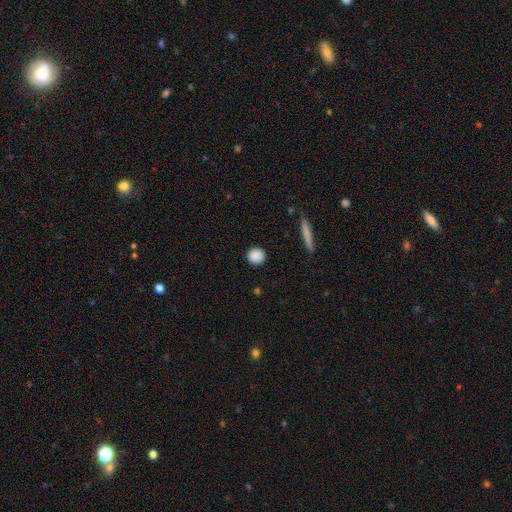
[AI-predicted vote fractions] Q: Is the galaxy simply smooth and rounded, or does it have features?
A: smooth — 88%.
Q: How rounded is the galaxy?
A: round — 93%.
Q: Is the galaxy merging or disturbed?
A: none — 91%.